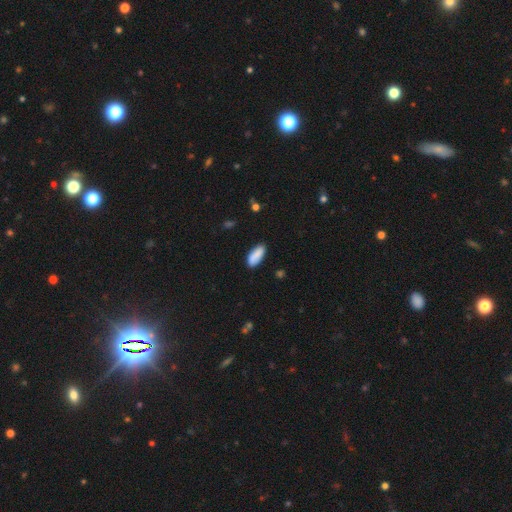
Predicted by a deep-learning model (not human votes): smooth 88%, star or artifact 6%, featured or disk 6%. Down the decision tree: how rounded — in between (80%); merging — none (85%).